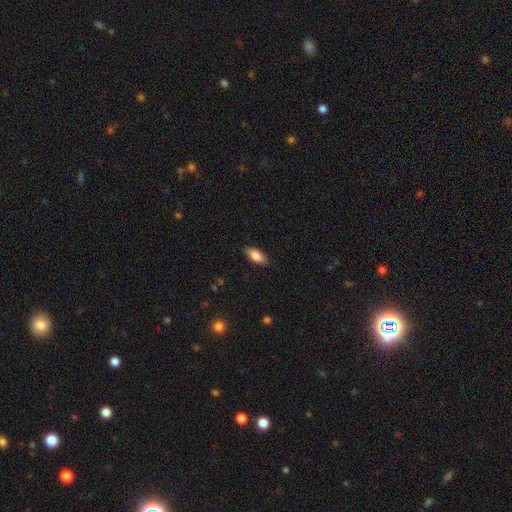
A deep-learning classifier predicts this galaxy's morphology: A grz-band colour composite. It shows a smooth galaxy with no disk features (86%) that is in between round and cigar-shaped (84%). Merging: none (86%).